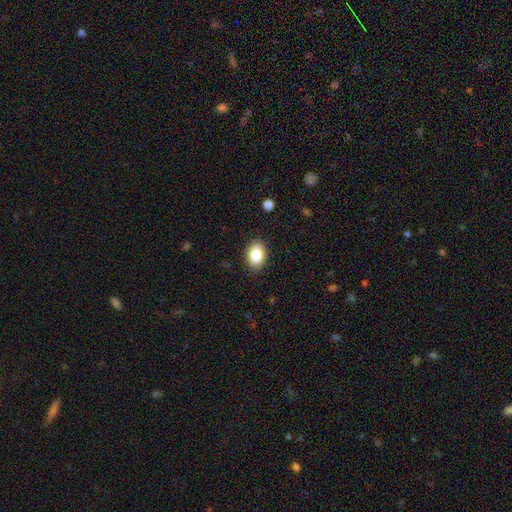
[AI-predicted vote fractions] This appears to be a smooth galaxy with no disk features (84%) that is in between round and cigar-shaped (79%). Merging: none (88%).